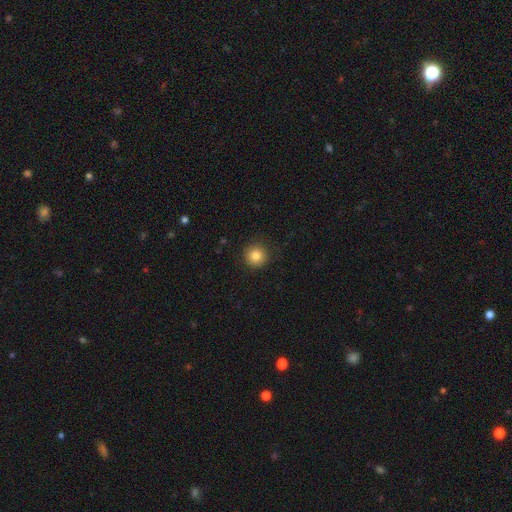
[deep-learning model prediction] smooth_or_featured: smooth (p=0.83) [alt: star or artifact p=0.11]
how_rounded: round (p=0.95) [alt: in between p=0.04]
merging: none (p=0.90) [alt: minor disturbance p=0.06]